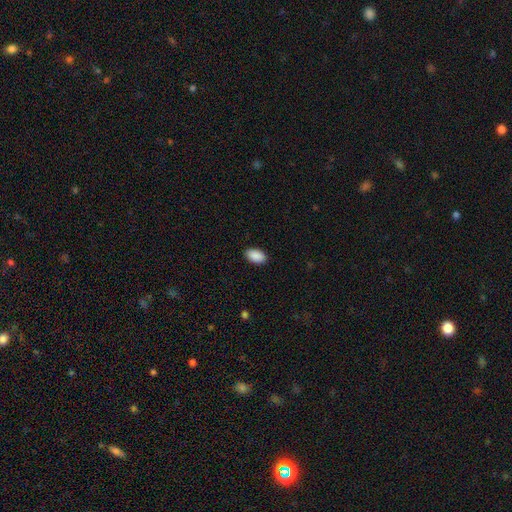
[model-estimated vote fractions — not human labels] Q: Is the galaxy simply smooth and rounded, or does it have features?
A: smooth — 91%.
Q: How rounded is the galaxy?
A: in between — 94%.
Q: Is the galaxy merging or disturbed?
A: none — 89%.